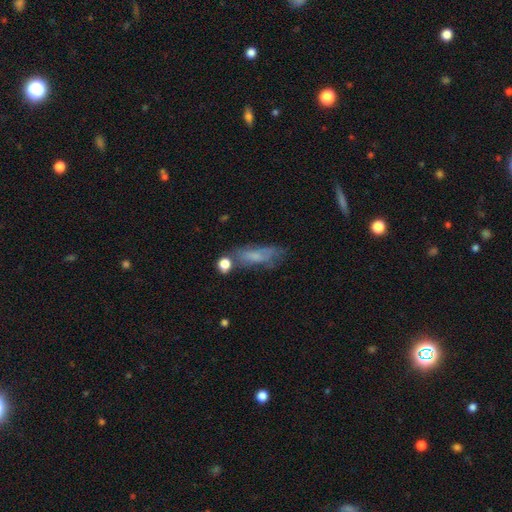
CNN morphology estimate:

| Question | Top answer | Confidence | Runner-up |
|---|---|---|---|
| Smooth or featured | smooth | 56% | featured or disk (32%) |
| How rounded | in between | 50% | cigar-shaped (46%) |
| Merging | none | 49% | minor disturbance (26%) |